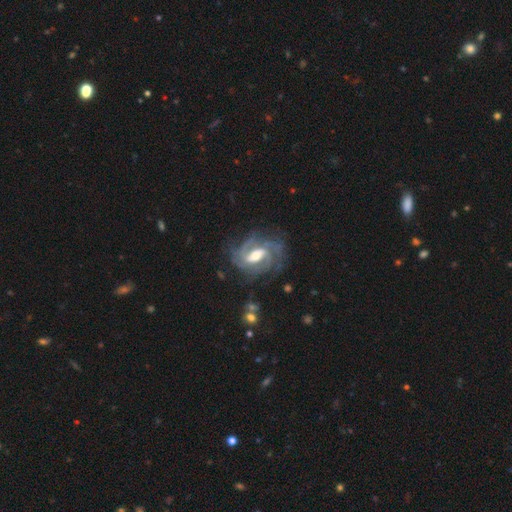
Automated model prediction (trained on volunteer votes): A featured or disk galaxy (90%) with a weak bar (45%), 2 (39%) tight (46%) spiral arms (97%) and a moderate central bulge (62%).

Vote fractions:
- Smooth or featured? featured or disk: 90% / smooth: 5% / star or artifact: 5%
- Edge-on disk? no: 97% / yes: 3%
- Bar? weak: 45% / strong: 39% / no: 16%
- Spiral arms? yes: 97% / no: 3%
- Spiral winding? tight: 46% / medium: 44% / loose: 10%
- Spiral arm count? 2: 39% / 3: 29% / can't tell: 14% / 4: 8% / 1: 5% / more than 4: 5%
- Bulge size? moderate: 62% / large: 19% / small: 16% / none: 2% / dominant: 1%
- Merging? none: 69% / minor disturbance: 18% / major disturbance: 11% / merger: 2%